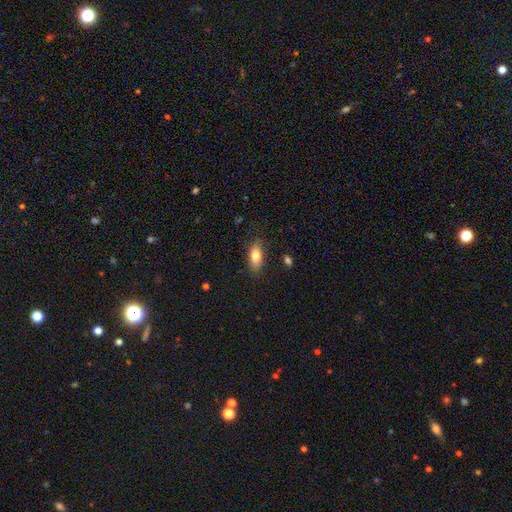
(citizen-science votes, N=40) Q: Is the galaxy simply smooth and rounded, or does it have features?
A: smooth — 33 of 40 (82%).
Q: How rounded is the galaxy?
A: in between — 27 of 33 (82%).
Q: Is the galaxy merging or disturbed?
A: none — 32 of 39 (82%).